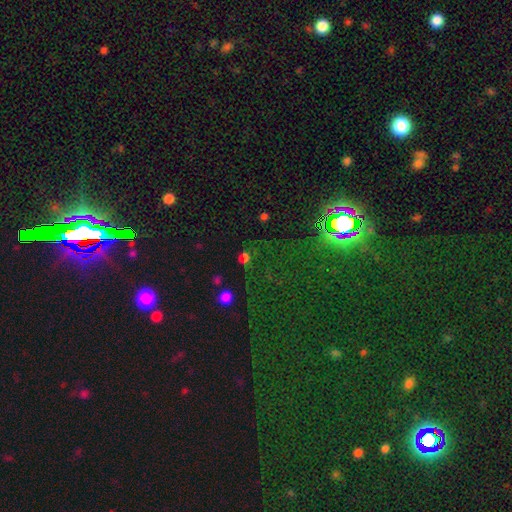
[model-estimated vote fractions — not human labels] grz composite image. It shows a star or artifact, not a galaxy (76%).